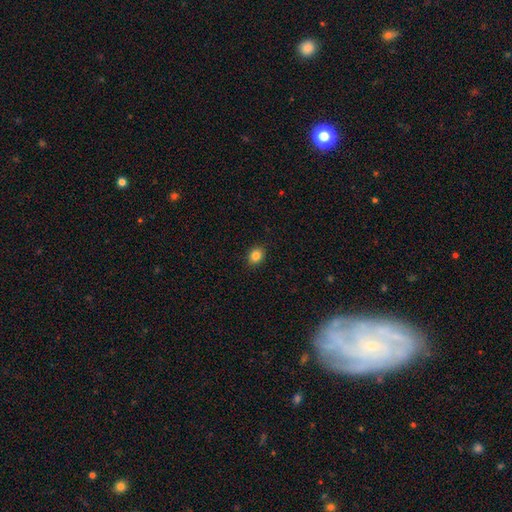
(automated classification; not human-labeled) Overall: smooth (84%). How rounded: round (54%; in between 45%). Merging: none (90%).